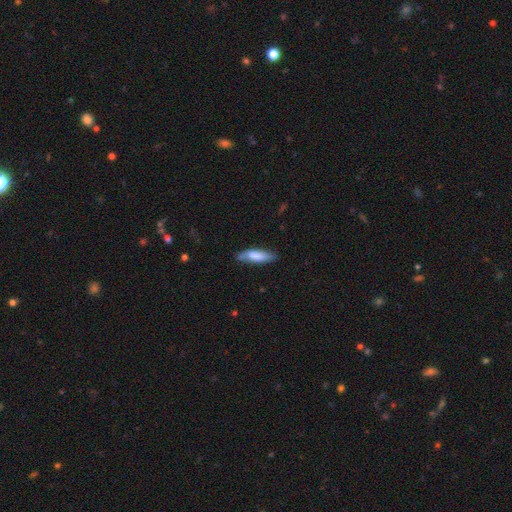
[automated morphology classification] smooth-or-featured: smooth: 74% | featured or disk: 20% | star or artifact: 6%
  how-rounded: cigar-shaped: 51% | in between: 47% | round: 2%
  merging: none: 66% | minor disturbance: 26% | major disturbance: 5% | merger: 3%